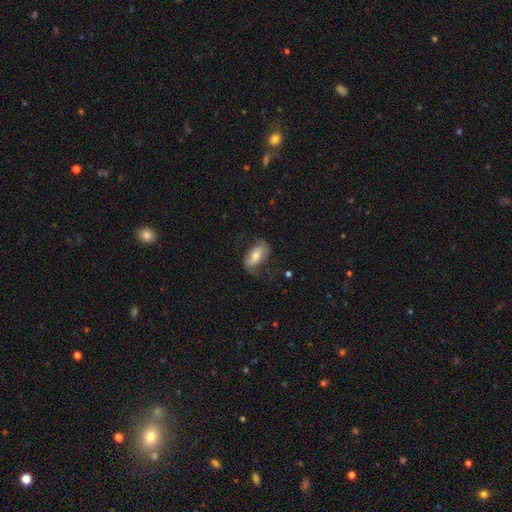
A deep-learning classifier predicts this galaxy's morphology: smooth_or_featured: smooth (p=0.55) [alt: featured or disk p=0.37]
how_rounded: in between (p=0.84) [alt: cigar-shaped p=0.11]
merging: none (p=0.63) [alt: minor disturbance p=0.22]